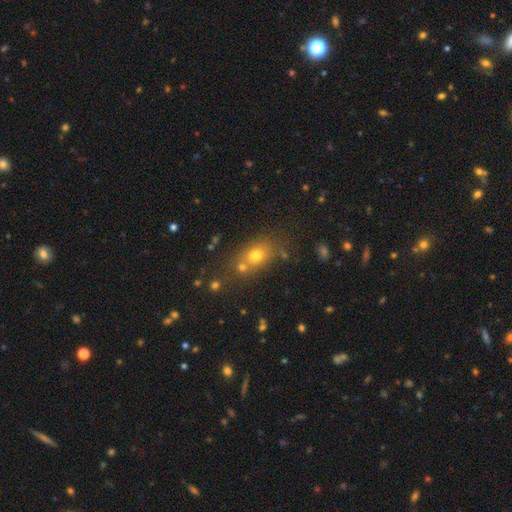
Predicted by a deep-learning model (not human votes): Smooth or featured: smooth — 68% (star or artifact — 17%)
How rounded: in between — 57% (round — 40%)
Merging: none — 58% (merger — 24%)